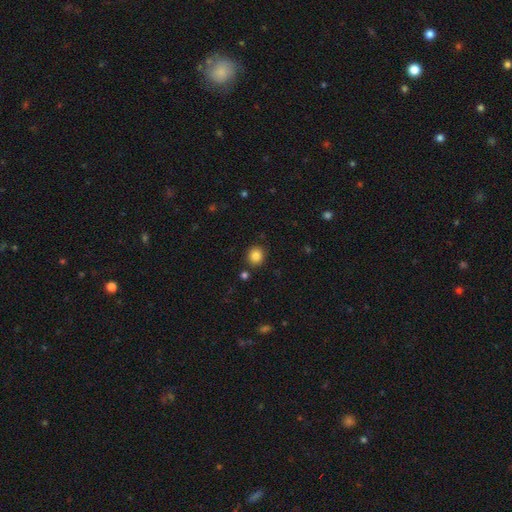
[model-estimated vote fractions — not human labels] Q: Smooth or featured?
A: smooth (85%); runner-up: star or artifact (10%)
Q: How rounded?
A: round (81%); runner-up: in between (18%)
Q: Merging?
A: none (88%); runner-up: minor disturbance (7%)